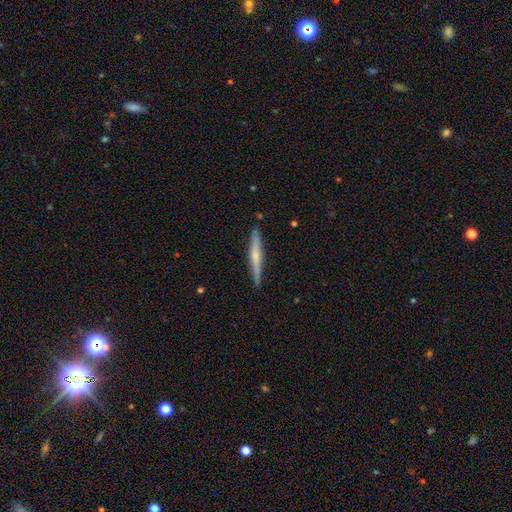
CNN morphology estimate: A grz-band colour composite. It shows a featured or disk galaxy (54%) viewed edge-on (97%) with a rounded central bulge (62%). Merging: none (90%).